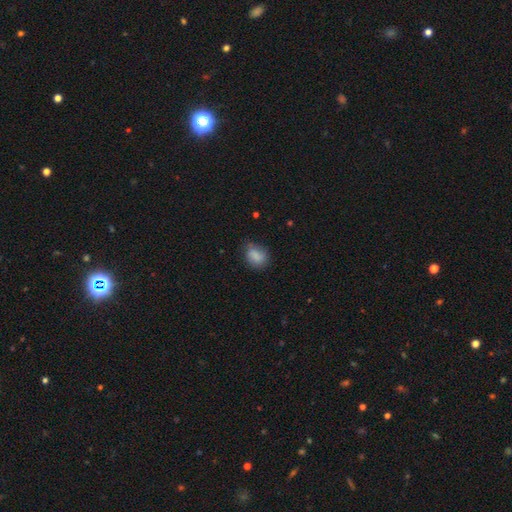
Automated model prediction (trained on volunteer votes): smooth-or-featured: smooth: 83% | star or artifact: 9% | featured or disk: 8%
  how-rounded: in between: 63% | round: 35% | cigar-shaped: 2%
  merging: none: 63% | minor disturbance: 28% | major disturbance: 7% | merger: 2%